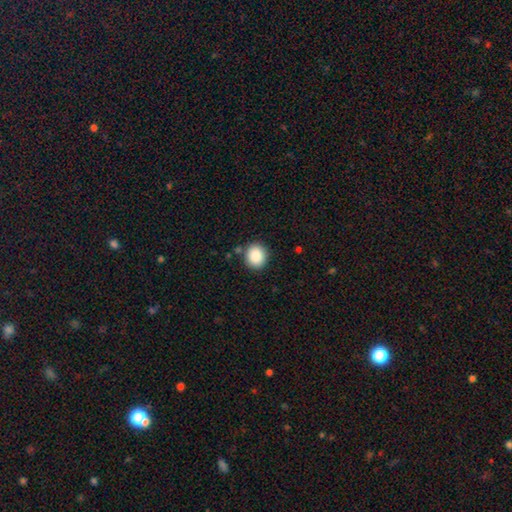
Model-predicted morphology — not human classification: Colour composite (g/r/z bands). It shows a smooth galaxy with no disk features (88%) that is round (76%). Merging: none (87%).